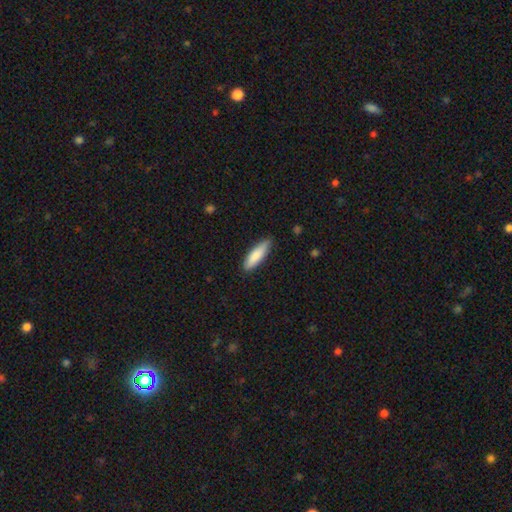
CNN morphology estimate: type=smooth (83%); roundness=cigar-shaped (59%); merging=none (83%).